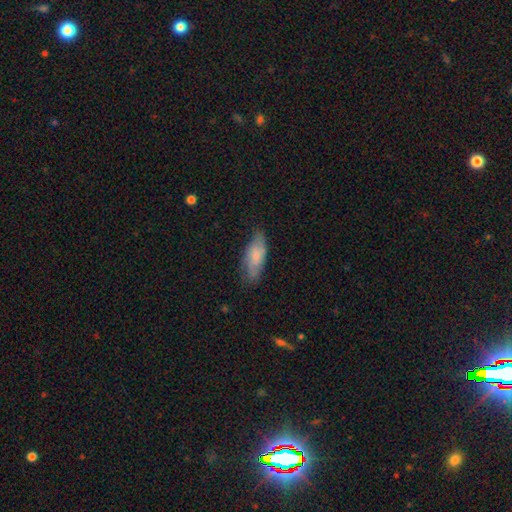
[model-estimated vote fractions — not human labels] Smooth or featured? Predicted: smooth (p=0.70). How rounded? Predicted: in between (p=0.71). Merging? Predicted: none (p=0.70).